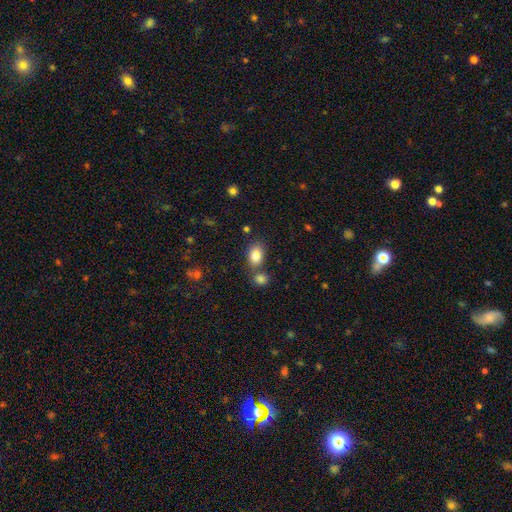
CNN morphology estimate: Smooth or featured?
  - smooth: 82% *
  - star or artifact: 9%
  - featured or disk: 8%
How rounded?
  - in between: 79% *
  - round: 19%
  - cigar-shaped: 1%
Merging?
  - none: 64% *
  - merger: 21%
  - minor disturbance: 12%
  - major disturbance: 3%